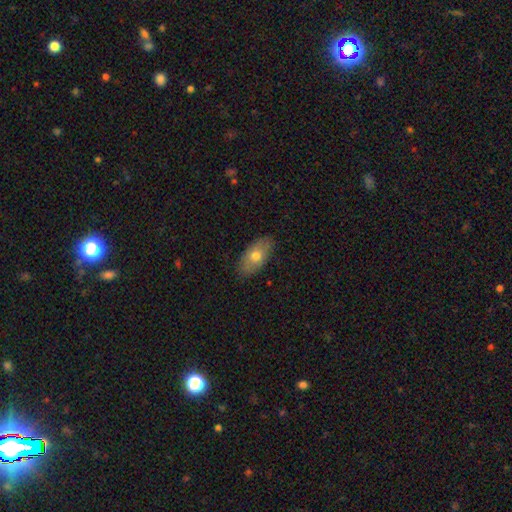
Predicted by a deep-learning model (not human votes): Morphology: type=smooth (68%); roundness=in between (91%); merging=none (84%).